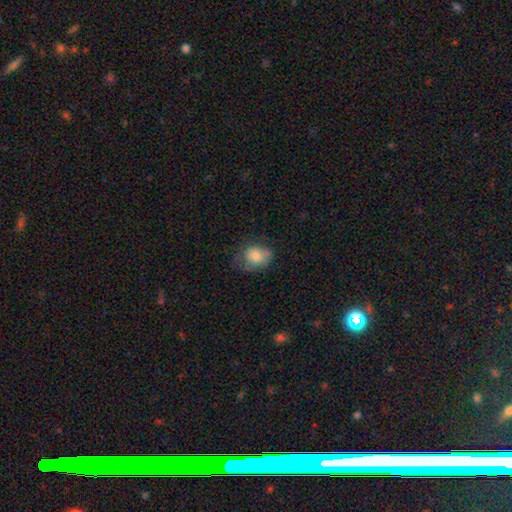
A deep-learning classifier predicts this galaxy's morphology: This is likely a smooth galaxy (74%). How rounded: possibly in between (52%). Merging: possibly none (49%).